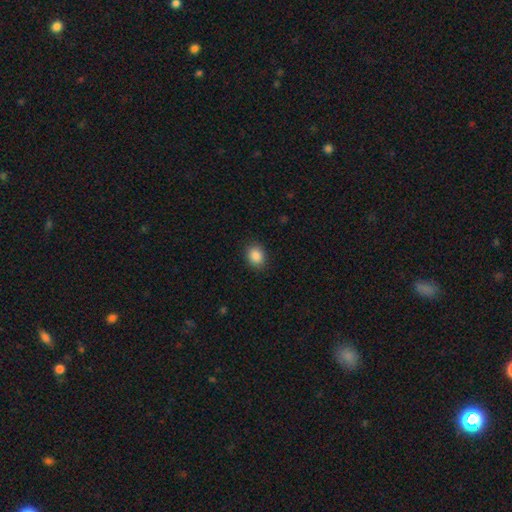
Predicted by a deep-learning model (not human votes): Smooth or featured: smooth — 88% (star or artifact — 9%)
How rounded: round — 55% (in between — 44%)
Merging: none — 88% (minor disturbance — 8%)